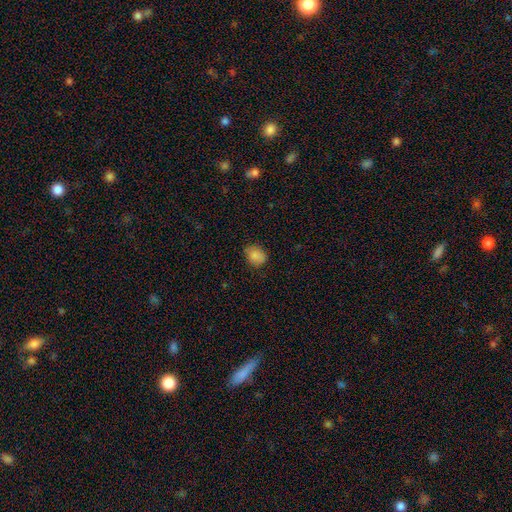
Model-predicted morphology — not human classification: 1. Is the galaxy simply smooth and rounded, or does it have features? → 87% smooth, 9% star or artifact, 4% featured or disk.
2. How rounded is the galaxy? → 50% round, 49% in between, 1% cigar-shaped.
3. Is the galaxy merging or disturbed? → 78% none, 18% minor disturbance, 3% major disturbance, 1% merger.